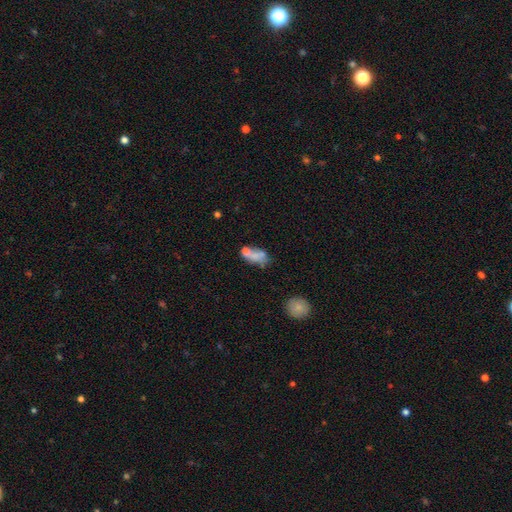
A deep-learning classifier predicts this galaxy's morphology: Q: Smooth or featured?
A: smooth (61%); runner-up: featured or disk (27%)
Q: How rounded?
A: in between (84%); runner-up: round (9%)
Q: Merging?
A: merger (35%); runner-up: none (30%)